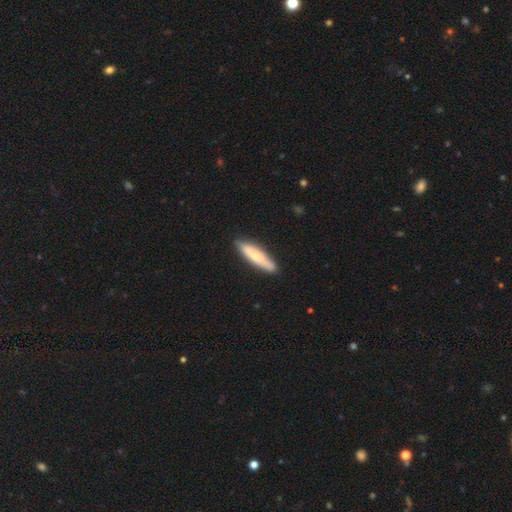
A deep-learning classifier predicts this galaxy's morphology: Smooth or featured? Predicted: smooth (p=0.66). How rounded? Predicted: cigar-shaped (p=0.79). Merging? Predicted: none (p=0.85).